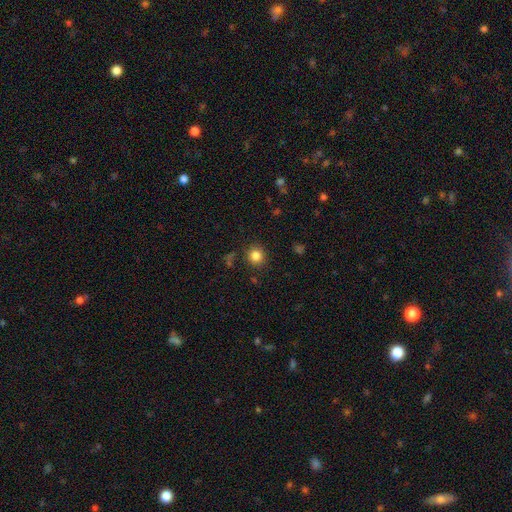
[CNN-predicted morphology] Overall: smooth (83%). How rounded: round (90%). Merging: none (87%).